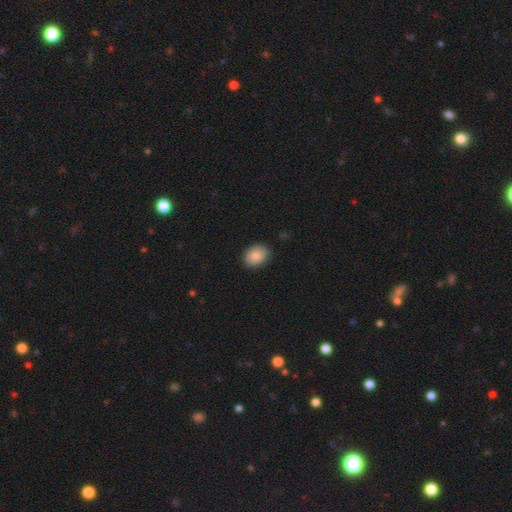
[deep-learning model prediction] Smooth or featured: smooth — 87% (star or artifact — 7%)
How rounded: in between — 69% (round — 30%)
Merging: none — 87% (minor disturbance — 10%)